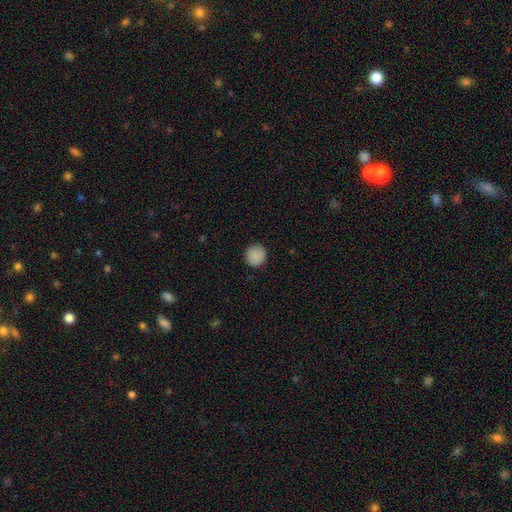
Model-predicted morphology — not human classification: This is clearly a smooth galaxy (89%). How rounded: clearly round (94%). Merging: clearly none (91%).